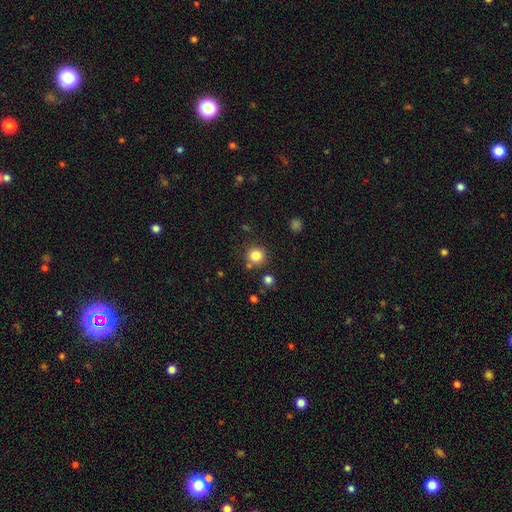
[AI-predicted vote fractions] Smooth or featured: smooth — 83% (star or artifact — 12%)
How rounded: round — 93% (in between — 6%)
Merging: none — 82% (minor disturbance — 8%)